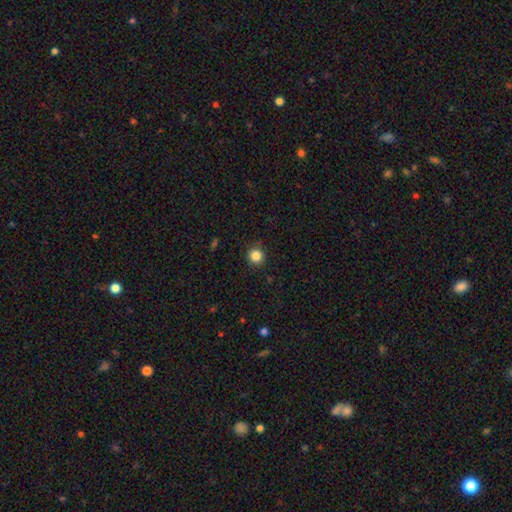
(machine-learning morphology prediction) A smooth galaxy with no disk features (85%) that is round (94%).

Vote fractions:
- Smooth or featured? smooth: 85% / star or artifact: 11% / featured or disk: 4%
- How rounded? round: 94% / in between: 5% / cigar-shaped: 1%
- Merging? none: 90% / minor disturbance: 7% / major disturbance: 2% / merger: 1%